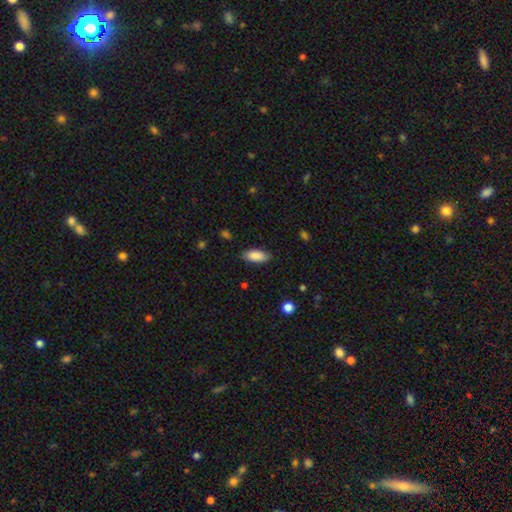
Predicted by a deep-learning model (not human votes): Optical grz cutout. It shows a smooth galaxy with no disk features (88%) that is in between round and cigar-shaped (88%). Merging: none (84%).